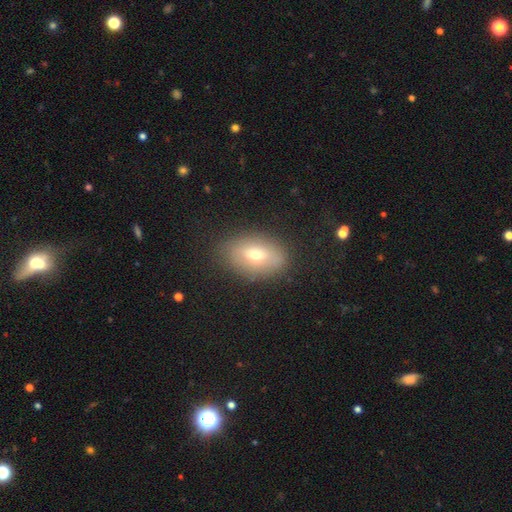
Volunteers were most divided on "smooth or featured": smooth: 48%, featured or disk: 45%, star or artifact: 8%. More confident: how rounded — in between (89%); merging — none (89%).